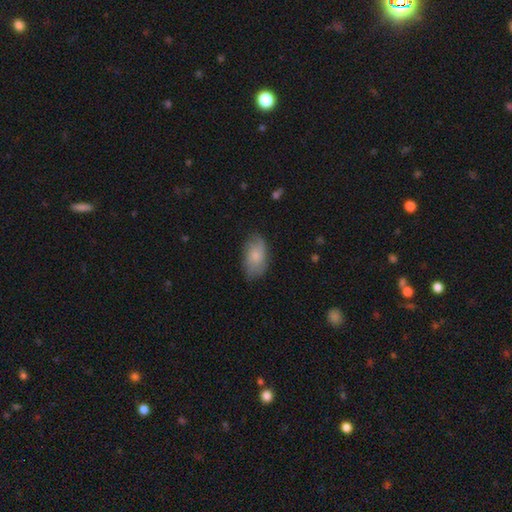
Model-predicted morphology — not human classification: Smooth or featured?
  - smooth: 64% *
  - featured or disk: 30%
  - star or artifact: 7%
How rounded?
  - in between: 92% *
  - round: 6%
  - cigar-shaped: 2%
Merging?
  - none: 71% *
  - minor disturbance: 22%
  - major disturbance: 6%
  - merger: 1%